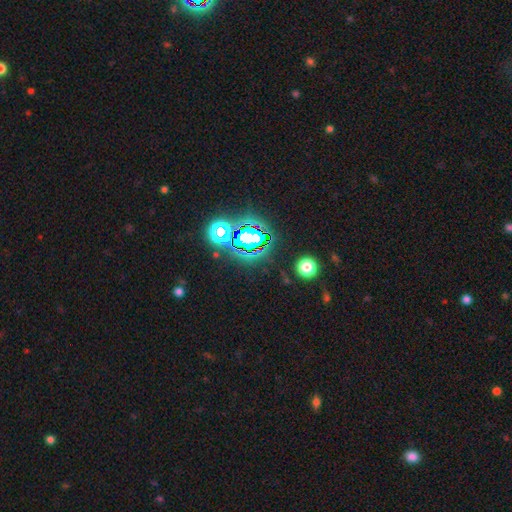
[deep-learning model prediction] smooth_or_featured: star or artifact (p=0.81) [alt: smooth p=0.12]